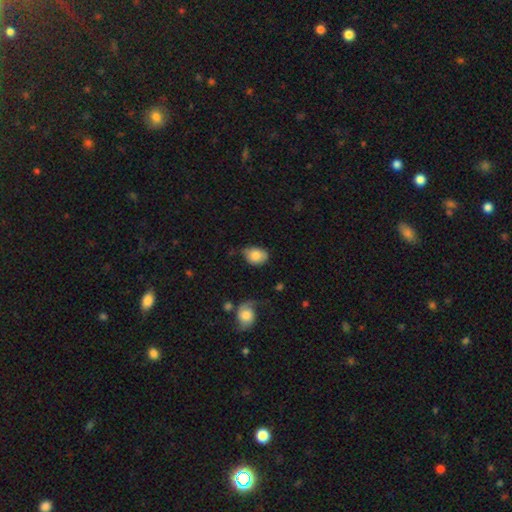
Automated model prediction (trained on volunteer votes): smooth 78%, featured or disk 15%, star or artifact 7%. Down the decision tree: how rounded — in between (71%); merging — none (49%).